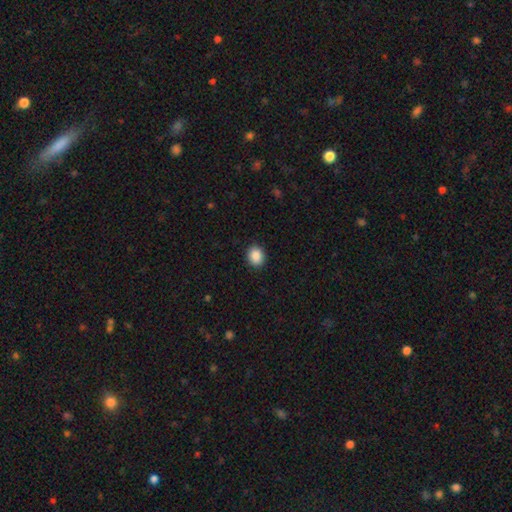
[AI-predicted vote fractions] This is clearly a smooth galaxy (89%). How rounded: likely round (63%). Merging: clearly none (90%).